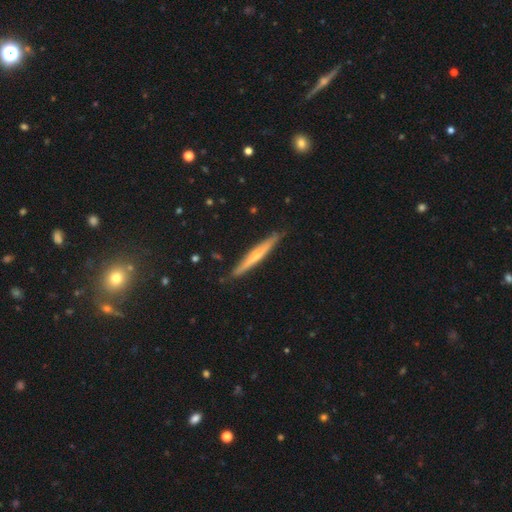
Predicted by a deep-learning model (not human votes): Smooth or featured? featured or disk (57%)
Edge-on disk? yes (96%)
Edge-on bulge? rounded (62%)
Merging? none (88%)